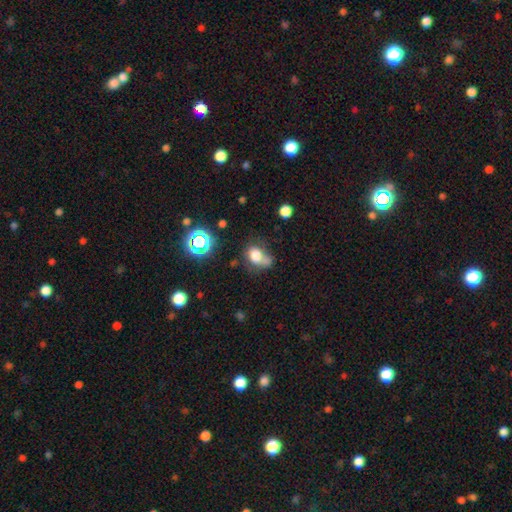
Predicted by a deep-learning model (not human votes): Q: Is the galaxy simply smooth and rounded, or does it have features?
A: smooth — 71%.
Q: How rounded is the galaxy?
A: in between — 51%.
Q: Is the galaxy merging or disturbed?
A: none — 38%.